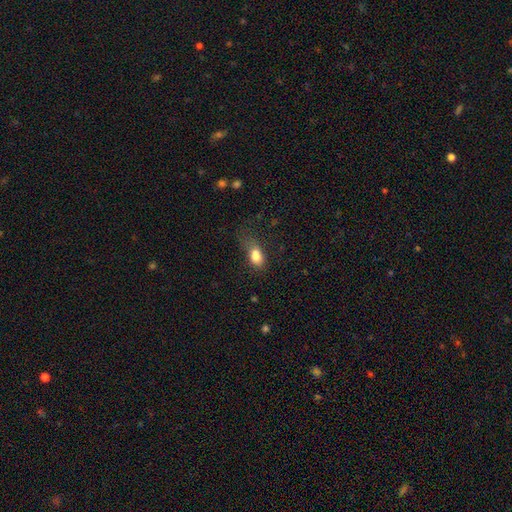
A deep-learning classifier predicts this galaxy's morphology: Smooth or featured? Predicted: smooth (p=0.81). How rounded? Predicted: in between (p=0.84). Merging? Predicted: none (p=0.37).